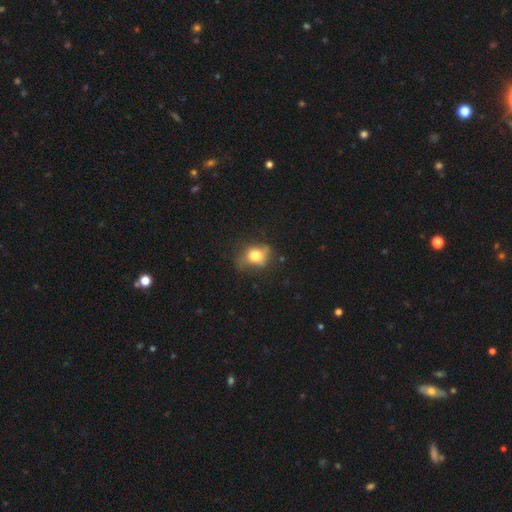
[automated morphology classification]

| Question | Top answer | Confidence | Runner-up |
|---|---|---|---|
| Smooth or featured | smooth | 69% | featured or disk (20%) |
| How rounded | in between | 55% | round (43%) |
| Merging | none | 55% | minor disturbance (29%) |